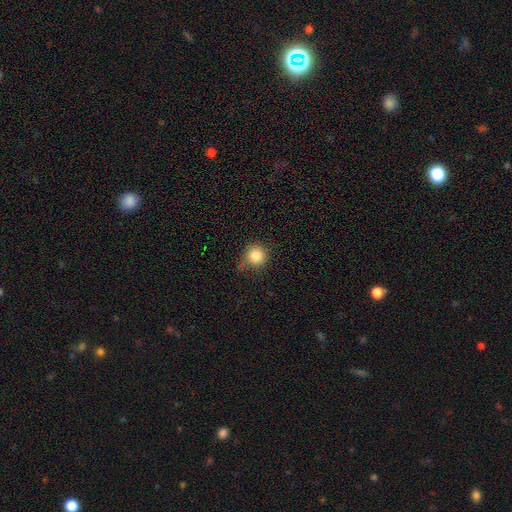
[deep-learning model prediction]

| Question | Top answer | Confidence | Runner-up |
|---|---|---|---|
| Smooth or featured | smooth | 84% | star or artifact (10%) |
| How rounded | round | 91% | in between (8%) |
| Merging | none | 61% | minor disturbance (28%) |